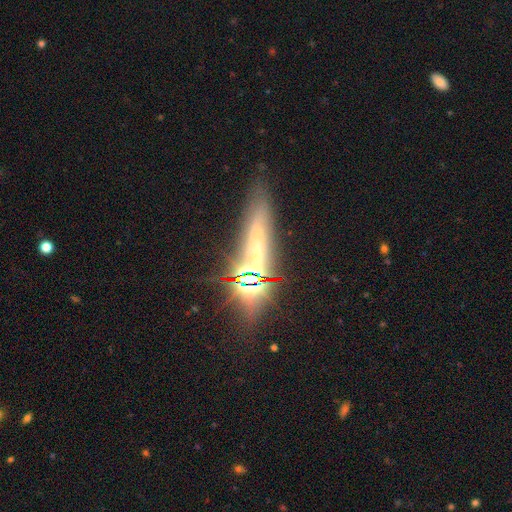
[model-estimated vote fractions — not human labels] This appears to be a star or artifact, not a galaxy (38%).